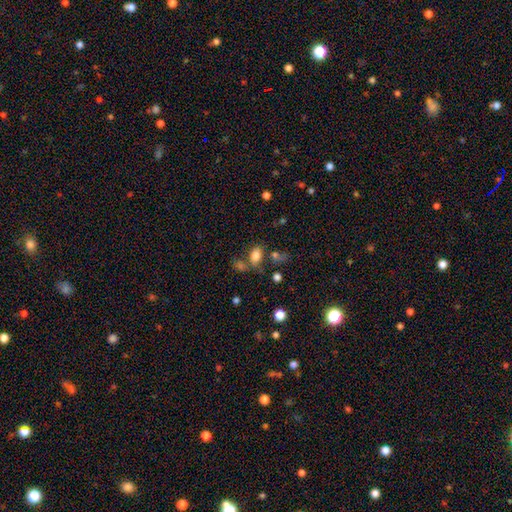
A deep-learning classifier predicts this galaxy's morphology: Smooth or featured?
  - smooth: 78% *
  - star or artifact: 12%
  - featured or disk: 10%
How rounded?
  - in between: 84% *
  - round: 14%
  - cigar-shaped: 2%
Merging?
  - none: 53% *
  - merger: 23%
  - minor disturbance: 15%
  - major disturbance: 8%